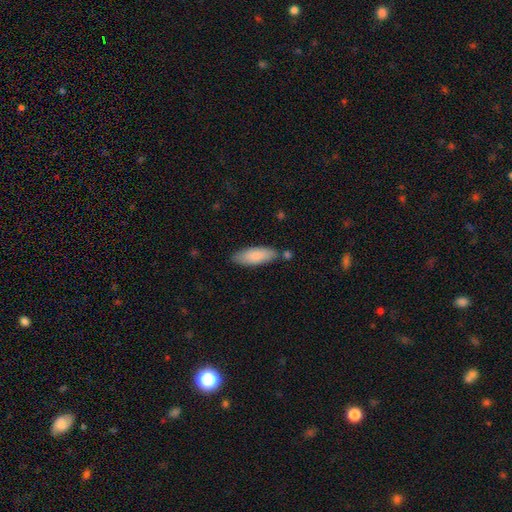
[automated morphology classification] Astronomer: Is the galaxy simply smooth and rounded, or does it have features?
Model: smooth — 84%.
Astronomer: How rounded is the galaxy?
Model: in between — 66%.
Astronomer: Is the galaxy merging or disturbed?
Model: none — 77%.